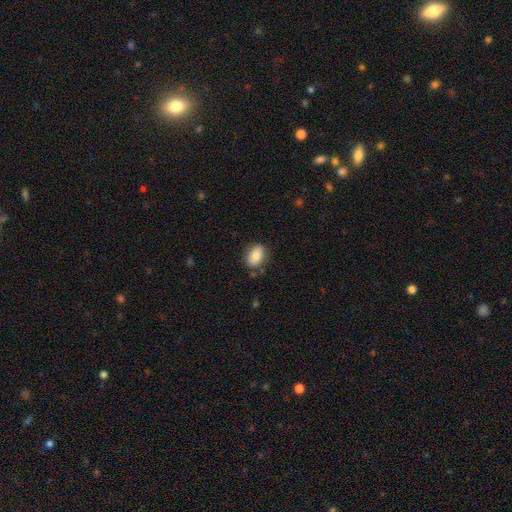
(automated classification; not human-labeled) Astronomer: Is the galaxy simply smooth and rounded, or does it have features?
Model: smooth — 81%.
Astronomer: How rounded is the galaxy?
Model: in between — 83%.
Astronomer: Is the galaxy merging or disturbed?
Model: none — 78%.